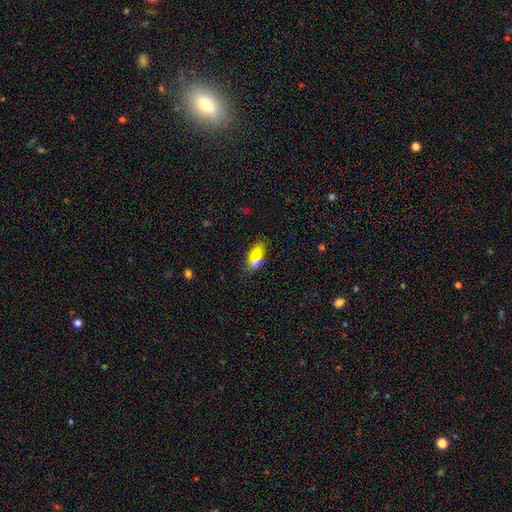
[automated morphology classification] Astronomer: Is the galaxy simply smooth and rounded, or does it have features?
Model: smooth — 70%.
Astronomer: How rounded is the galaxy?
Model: in between — 79%.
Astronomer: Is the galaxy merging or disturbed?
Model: none — 77%.